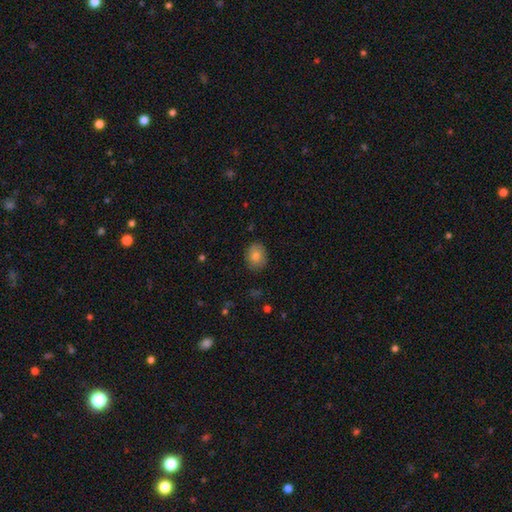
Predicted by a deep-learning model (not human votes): smooth-or-featured: smooth: 80% | featured or disk: 11% | star or artifact: 8%
  how-rounded: round: 51% | in between: 48% | cigar-shaped: 1%
  merging: none: 85% | minor disturbance: 12% | major disturbance: 2% | merger: 1%